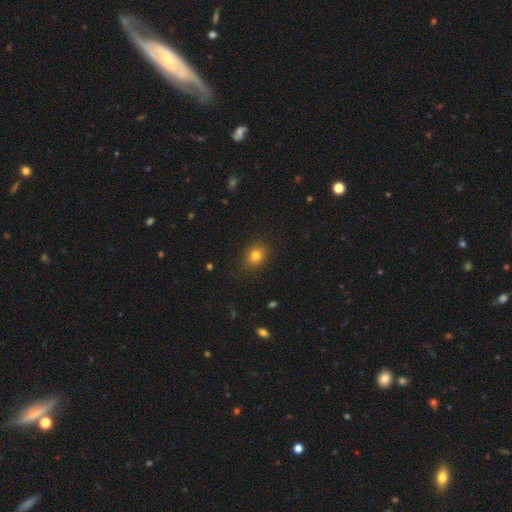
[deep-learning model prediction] Smooth or featured: smooth — 80% (star or artifact — 12%)
How rounded: in between — 55% (round — 44%)
Merging: none — 85% (minor disturbance — 11%)